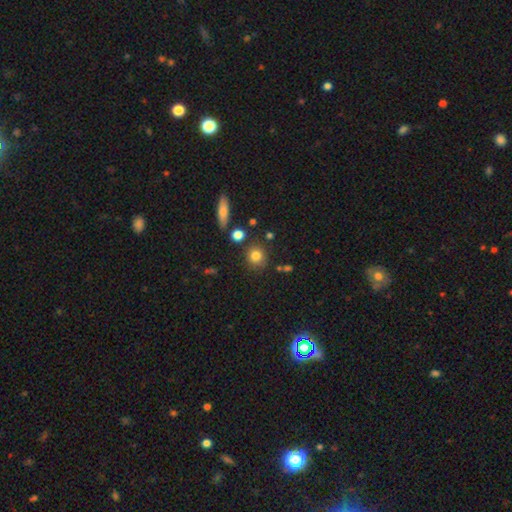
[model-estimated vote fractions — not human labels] Q: Smooth or featured?
A: smooth (80%); runner-up: star or artifact (12%)
Q: How rounded?
A: round (83%); runner-up: in between (15%)
Q: Merging?
A: none (80%); runner-up: minor disturbance (11%)